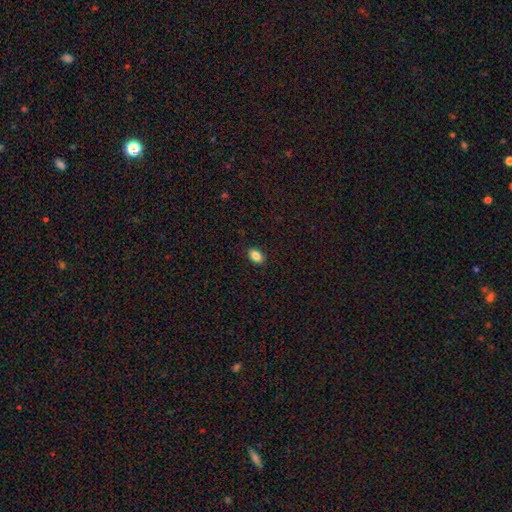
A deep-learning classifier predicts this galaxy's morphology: smooth 86%, star or artifact 9%, featured or disk 5%. Down the decision tree: how rounded — in between (87%); merging — none (89%).